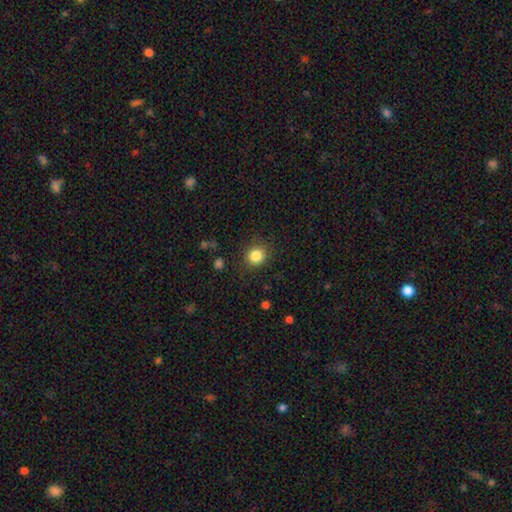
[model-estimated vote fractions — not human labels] Smooth or featured?
  - smooth: 85% *
  - star or artifact: 11%
  - featured or disk: 5%
How rounded?
  - round: 85% *
  - in between: 14%
  - cigar-shaped: 1%
Merging?
  - none: 84% *
  - minor disturbance: 11%
  - major disturbance: 4%
  - merger: 1%